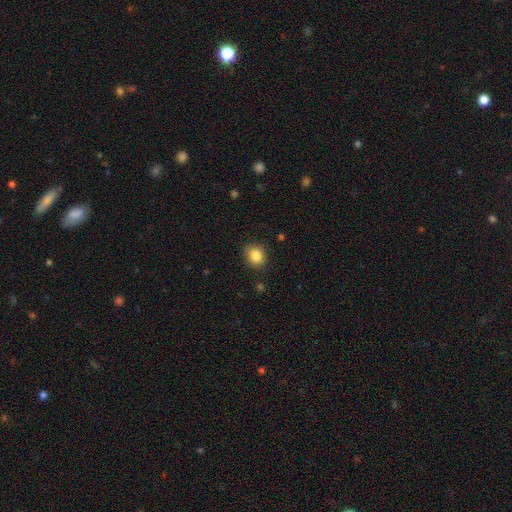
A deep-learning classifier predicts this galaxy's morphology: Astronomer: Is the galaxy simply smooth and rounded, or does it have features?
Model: smooth — 85%.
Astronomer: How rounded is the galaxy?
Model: round — 72%.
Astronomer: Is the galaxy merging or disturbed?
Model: none — 86%.